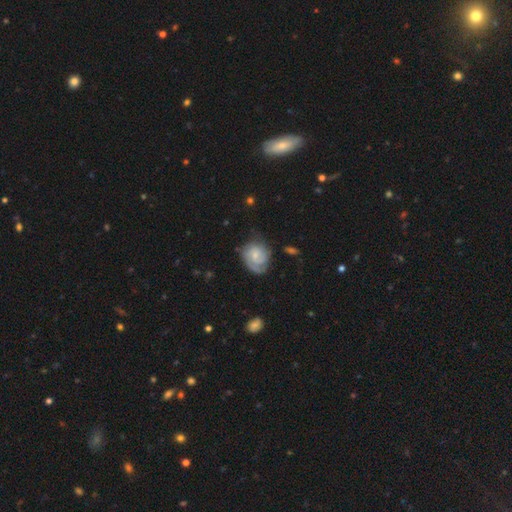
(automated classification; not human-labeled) Overall: featured or disk (69%). Edge-on disk: no (98%). Bar: no (61%; weak 34%). Spiral arms: yes (92%). Spiral arm count: 2 (41%; can't tell 27%). Spiral winding: tight (58%; medium 31%). Bulge size: small (61%; moderate 25%). Merging: none (61%; minor disturbance 25%).